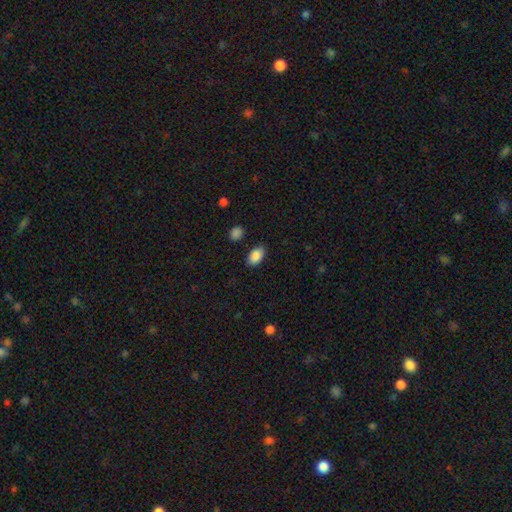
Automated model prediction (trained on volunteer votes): This is clearly a smooth galaxy (89%). How rounded: clearly in between (90%). Merging: clearly none (82%).